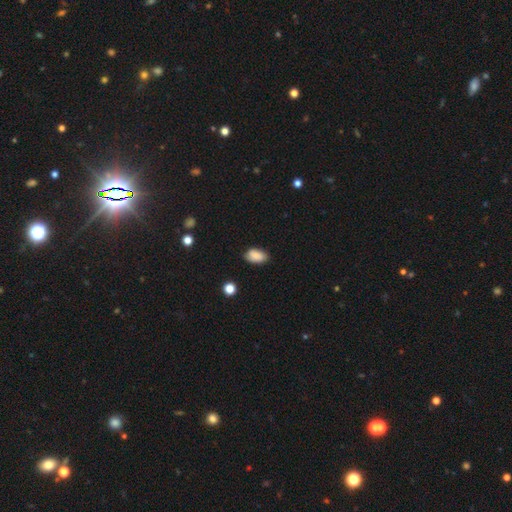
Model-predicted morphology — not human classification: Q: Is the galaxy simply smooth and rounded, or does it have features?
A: smooth — 85%.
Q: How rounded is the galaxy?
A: in between — 92%.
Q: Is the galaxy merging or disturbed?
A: none — 77%.